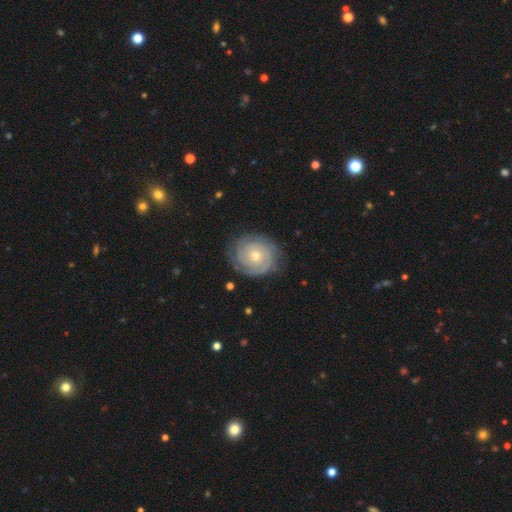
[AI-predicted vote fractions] Smooth or featured?
  - featured or disk: 84% *
  - smooth: 10%
  - star or artifact: 6%
Edge-on disk?
  - no: 98% *
  - yes: 2%
Bar?
  - no: 80% *
  - weak: 15%
  - strong: 4%
Spiral arms?
  - yes: 96% *
  - no: 4%
Spiral winding?
  - tight: 84% *
  - medium: 13%
  - loose: 3%
Spiral arm count?
  - 2: 45% *
  - can't tell: 21%
  - 3: 18%
  - 4: 6%
  - 1: 5%
  - more than 4: 5%
Bulge size?
  - small: 51% *
  - moderate: 46%
  - large: 1%
  - none: 1%
  - dominant: 1%
Merging?
  - none: 83% *
  - minor disturbance: 12%
  - major disturbance: 4%
  - merger: 1%